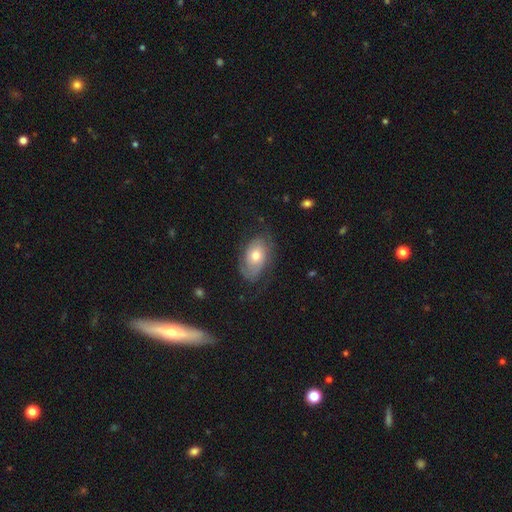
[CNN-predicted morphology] Smooth or featured? featured or disk (51%)
Edge-on disk? no (92%)
Merging? none (65%)